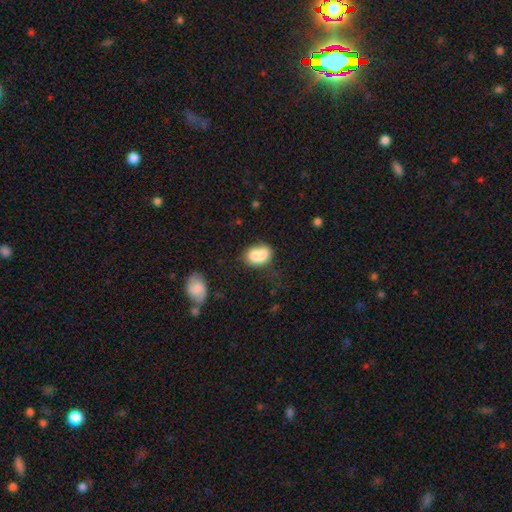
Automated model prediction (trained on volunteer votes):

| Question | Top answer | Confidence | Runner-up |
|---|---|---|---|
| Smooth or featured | smooth | 77% | featured or disk (15%) |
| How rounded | in between | 78% | round (20%) |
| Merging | none | 41% | minor disturbance (25%) |